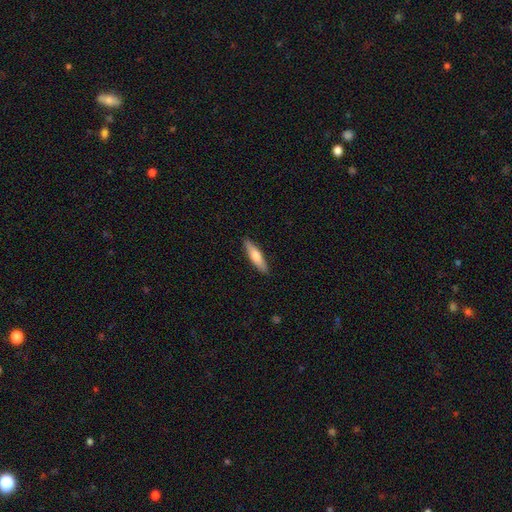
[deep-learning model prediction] Smooth or featured? Predicted: smooth (p=0.65). How rounded? Predicted: cigar-shaped (p=0.72). Merging? Predicted: none (p=0.89).